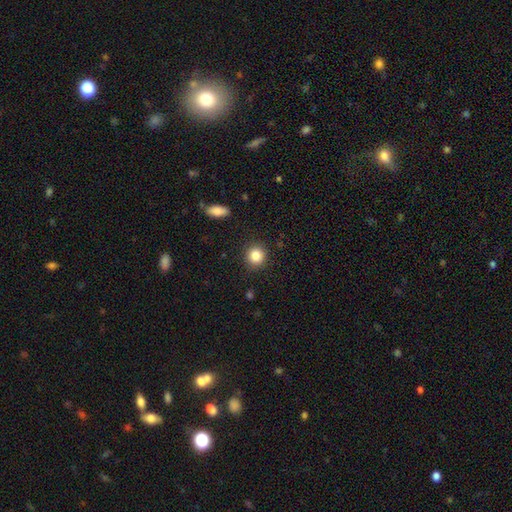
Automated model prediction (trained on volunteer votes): Smooth or featured?
  - smooth: 85% *
  - star or artifact: 10%
  - featured or disk: 5%
How rounded?
  - round: 90% *
  - in between: 9%
  - cigar-shaped: 1%
Merging?
  - none: 90% *
  - minor disturbance: 6%
  - major disturbance: 2%
  - merger: 1%